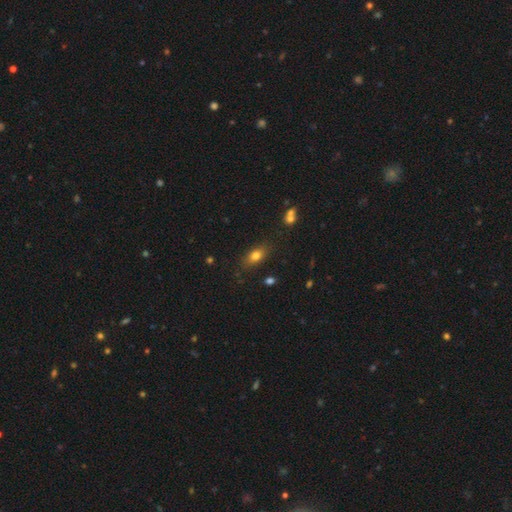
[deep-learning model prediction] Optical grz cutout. It shows a smooth galaxy with no disk features (78%) that is in between round and cigar-shaped (78%). Merging: none (80%).